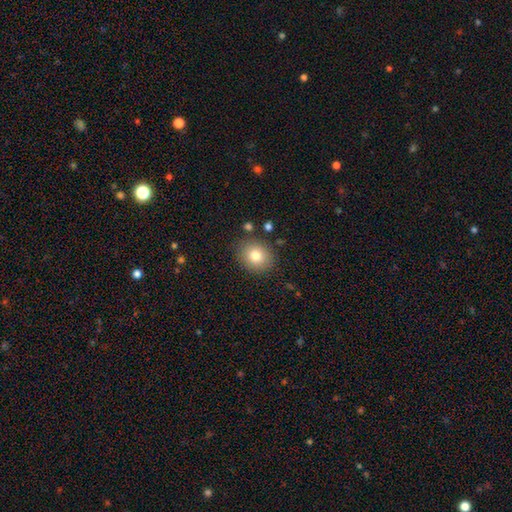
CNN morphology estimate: Smooth or featured? smooth (79%)
How rounded? round (71%)
Merging? none (85%)